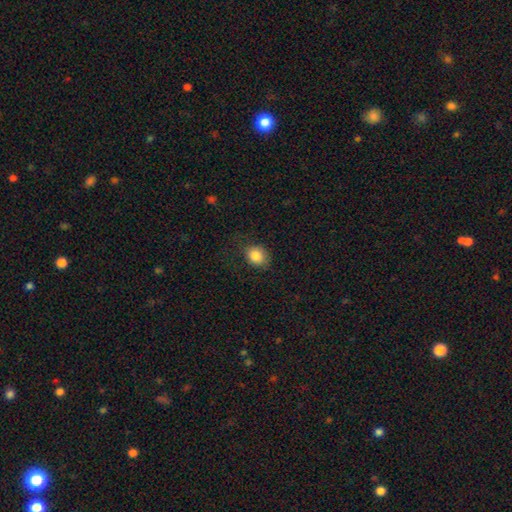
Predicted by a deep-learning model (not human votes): Overall: smooth (85%). How rounded: round (55%; in between 44%). Merging: none (74%).